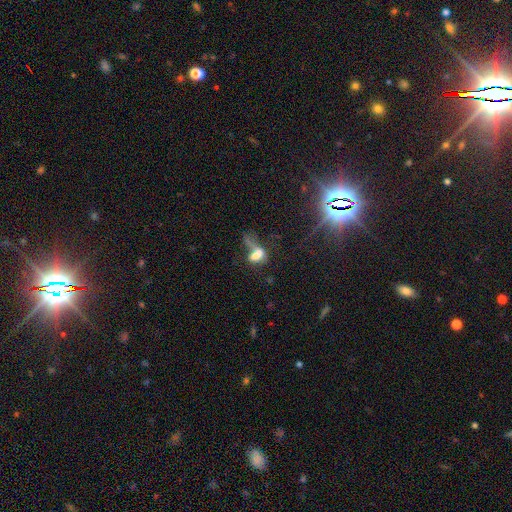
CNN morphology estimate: A smooth galaxy with no disk features (53%) that is in between round and cigar-shaped (75%). Merging: merger (49%).